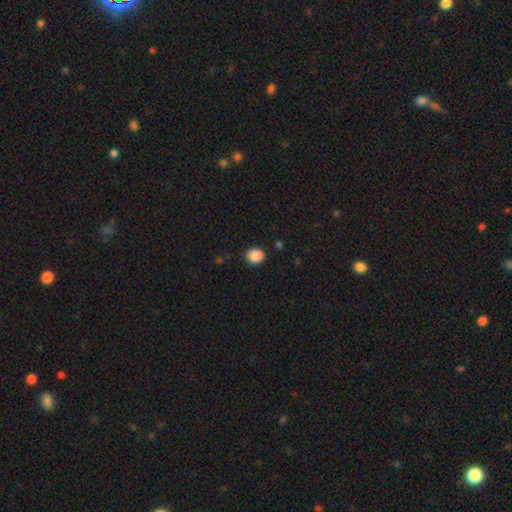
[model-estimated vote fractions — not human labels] This is clearly a smooth galaxy (88%). How rounded: likely round (72%). Merging: clearly none (83%).